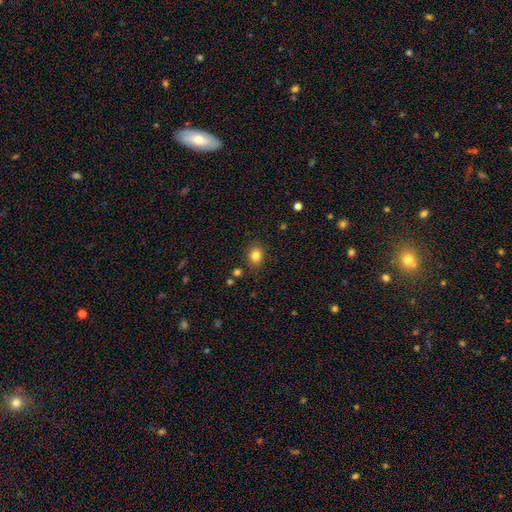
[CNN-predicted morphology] Q: Smooth or featured?
A: smooth (82%); runner-up: star or artifact (12%)
Q: How rounded?
A: round (59%); runner-up: in between (40%)
Q: Merging?
A: none (86%); runner-up: minor disturbance (9%)